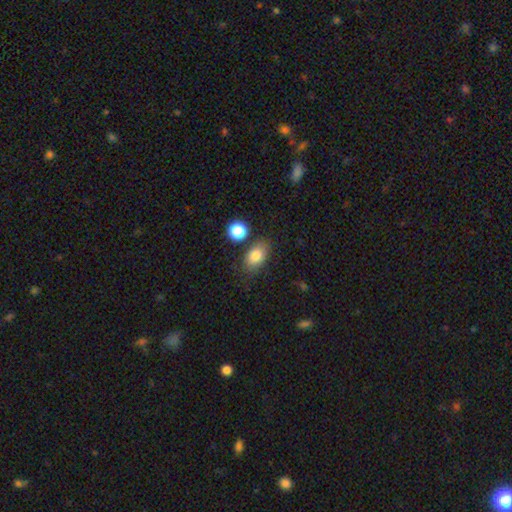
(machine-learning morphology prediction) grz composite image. It shows a smooth galaxy with no disk features (82%) that is in between round and cigar-shaped (84%). Merging: none (74%).